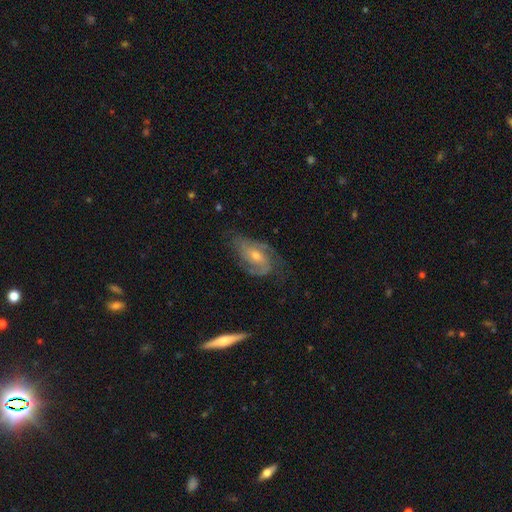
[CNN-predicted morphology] Smooth or featured: featured or disk — 81% (smooth — 13%)
Edge-on disk: no — 92% (yes — 8%)
Bar: no — 55% (weak — 35%)
Spiral arms: yes — 93% (no — 7%)
Spiral winding: medium — 44% (tight — 38%)
Spiral arm count: 2 — 55% (can't tell — 20%)
Bulge size: moderate — 50% (small — 45%)
Merging: none — 64% (minor disturbance — 23%)